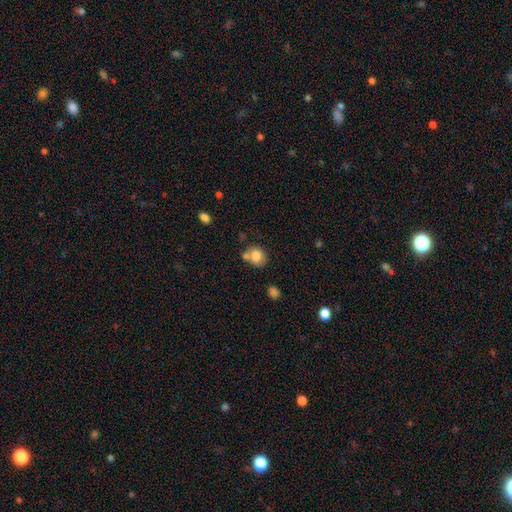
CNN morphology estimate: Smooth or featured: smooth — 78% (featured or disk — 13%)
How rounded: round — 55% (in between — 44%)
Merging: none — 48% (merger — 29%)